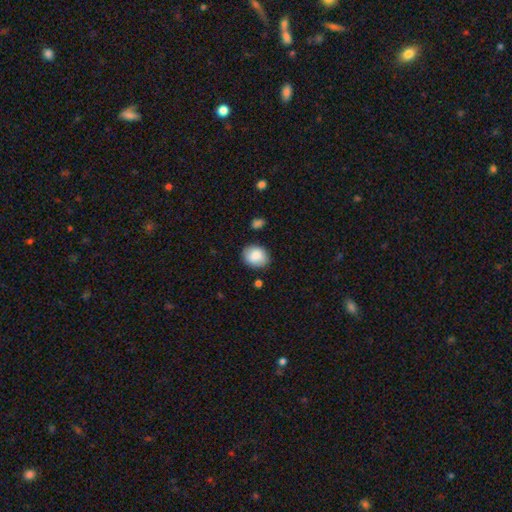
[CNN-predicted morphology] smooth-or-featured: smooth: 85% | featured or disk: 7% | star or artifact: 7%
  how-rounded: in between: 50% | round: 49% | cigar-shaped: 1%
  merging: none: 80% | minor disturbance: 14% | major disturbance: 3% | merger: 3%